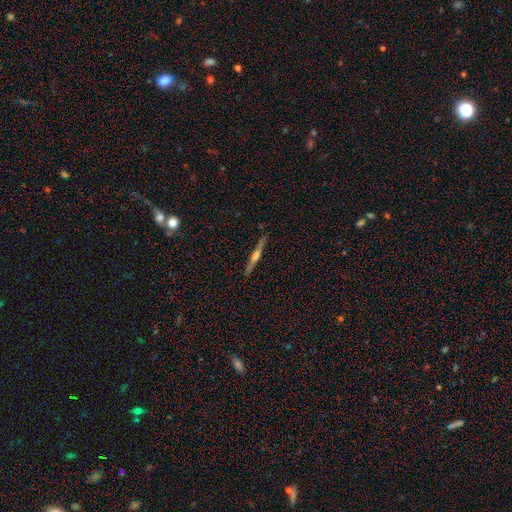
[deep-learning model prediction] Overall: featured or disk (64%; smooth 29%). Edge-on disk: yes (97%). Edge-on bulge: rounded (74%). Merging: none (88%).